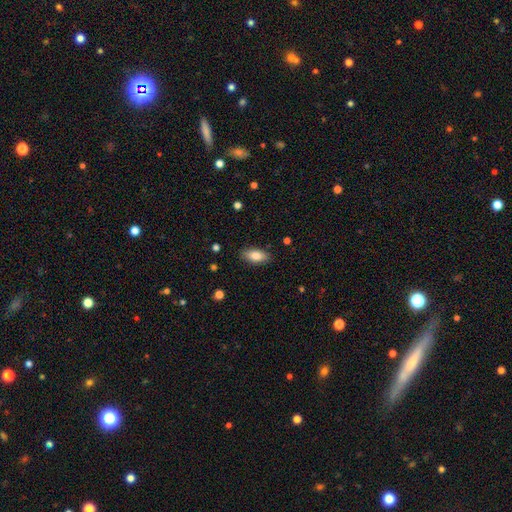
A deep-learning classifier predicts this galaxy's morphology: Overall: smooth (84%). How rounded: in between (89%). Merging: none (86%).